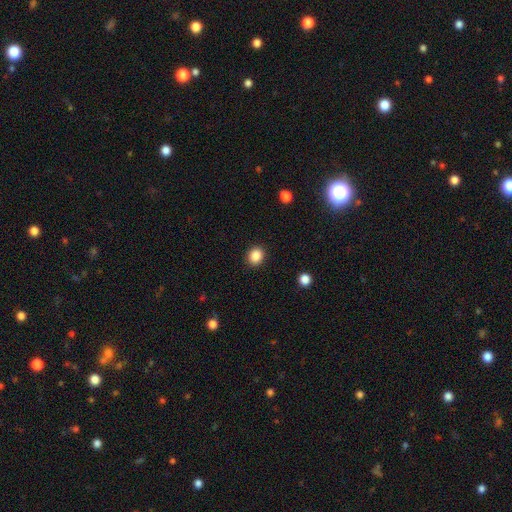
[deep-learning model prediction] smooth 87%, star or artifact 10%, featured or disk 3%. Down the decision tree: how rounded — round (73%); merging — none (90%).